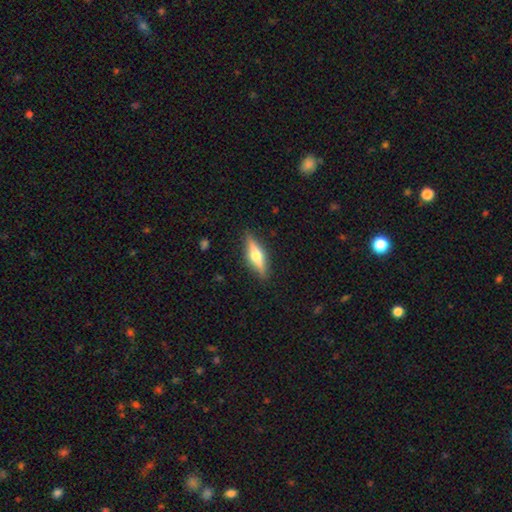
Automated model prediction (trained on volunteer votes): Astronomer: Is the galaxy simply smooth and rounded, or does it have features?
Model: featured or disk — 56% (runner-up: smooth, 37%).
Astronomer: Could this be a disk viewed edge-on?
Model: yes — 94%.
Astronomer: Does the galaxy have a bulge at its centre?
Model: rounded — 93%.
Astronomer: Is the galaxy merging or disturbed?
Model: none — 87%.